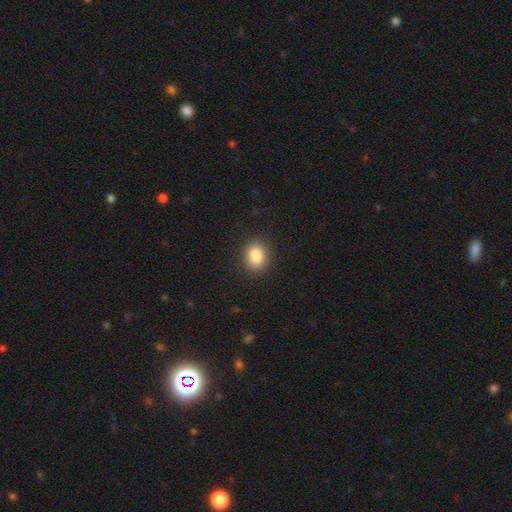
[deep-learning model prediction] Morphology: type=smooth (85%); roundness=round (60%); merging=none (89%).